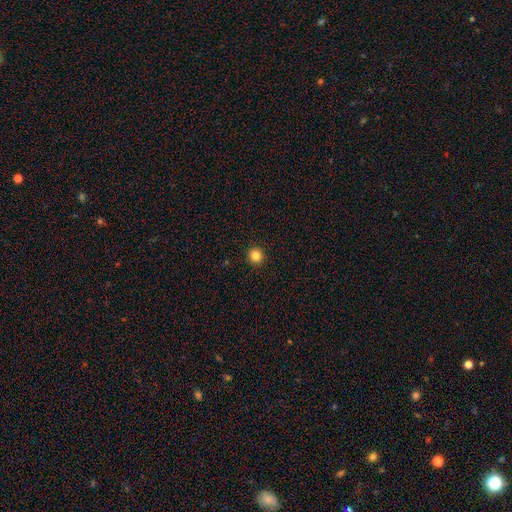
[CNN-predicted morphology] Smooth or featured? smooth (84%)
How rounded? round (94%)
Merging? none (94%)